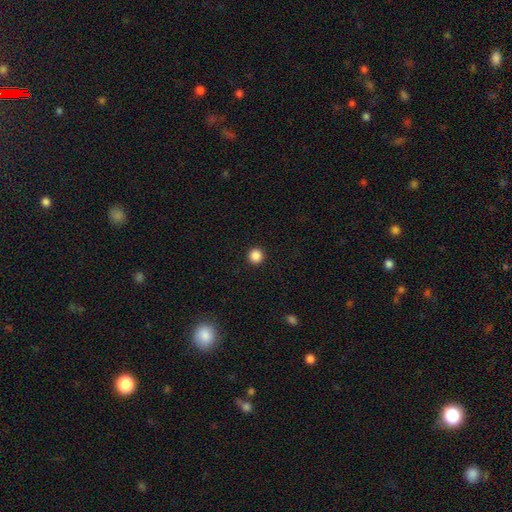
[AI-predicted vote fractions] A smooth galaxy with no disk features (87%) that is round (96%). Merging: none (94%).